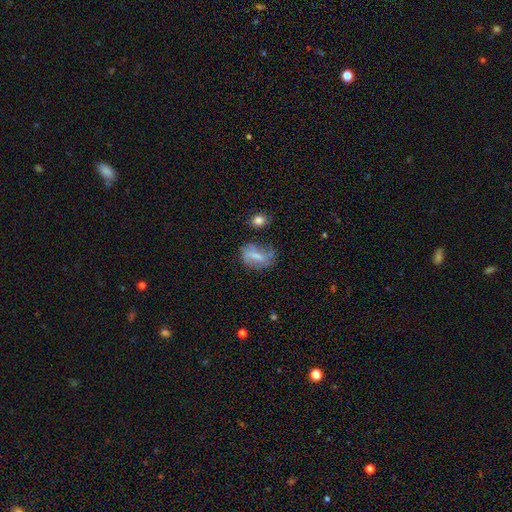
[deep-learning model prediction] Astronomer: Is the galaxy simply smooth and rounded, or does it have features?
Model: smooth — 52% (runner-up: featured or disk, 37%).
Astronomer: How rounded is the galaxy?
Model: in between — 76%.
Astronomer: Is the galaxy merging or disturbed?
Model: none — 45% (runner-up: minor disturbance, 28%).